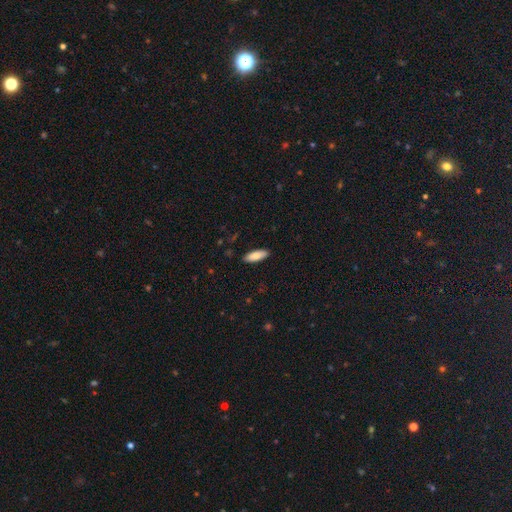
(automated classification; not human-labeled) Smooth or featured? smooth (84%)
How rounded? in between (68%)
Merging? none (89%)